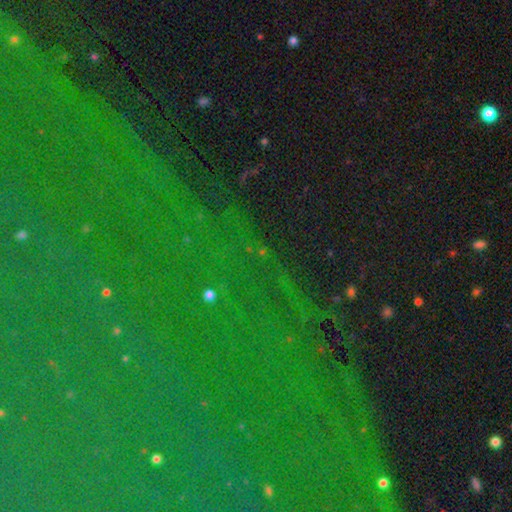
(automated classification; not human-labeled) This is clearly a star or artifact rather than a galaxy (85%).